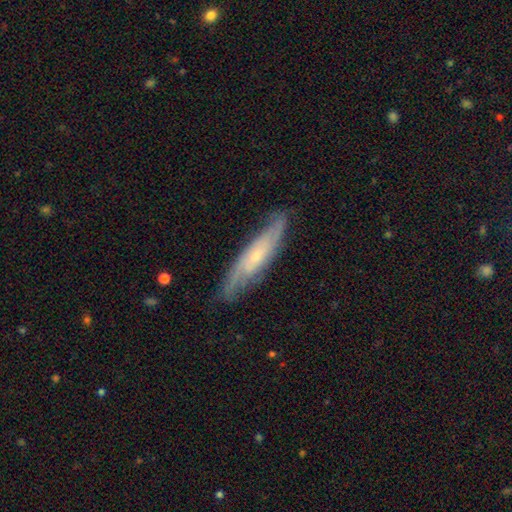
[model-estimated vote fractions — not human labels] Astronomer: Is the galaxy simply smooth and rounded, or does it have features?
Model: featured or disk — 72%.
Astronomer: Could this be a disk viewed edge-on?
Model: no — 63%.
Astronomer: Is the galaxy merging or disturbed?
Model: none — 77%.